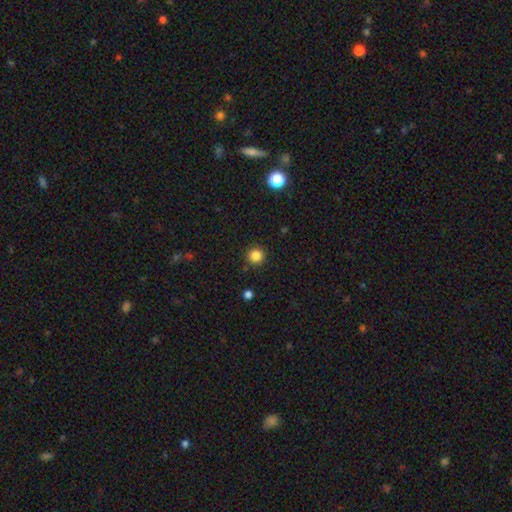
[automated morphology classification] Smooth or featured? Predicted: smooth (p=0.85). How rounded? Predicted: round (p=0.94). Merging? Predicted: none (p=0.91).